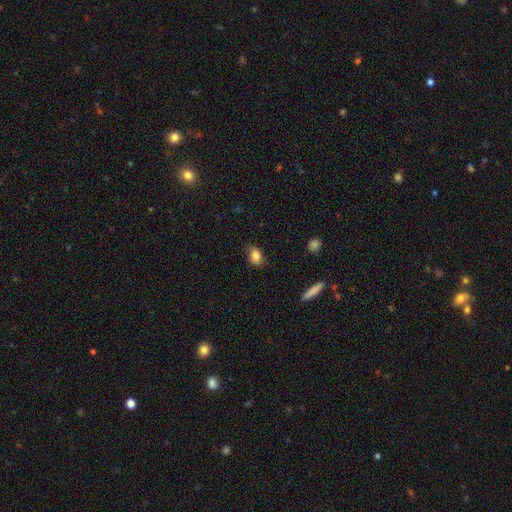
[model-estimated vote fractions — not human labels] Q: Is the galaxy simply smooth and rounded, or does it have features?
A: smooth — 84%.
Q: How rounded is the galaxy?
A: in between — 78%.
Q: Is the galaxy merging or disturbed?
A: none — 78%.